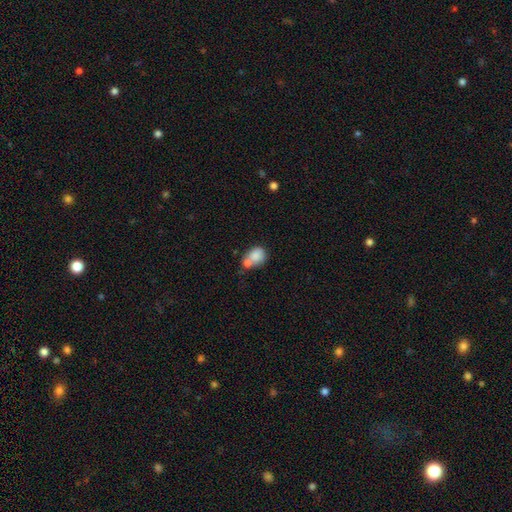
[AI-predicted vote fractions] Overall: smooth (81%). How rounded: round (57%; in between 42%). Merging: merger (45%; none 34%).